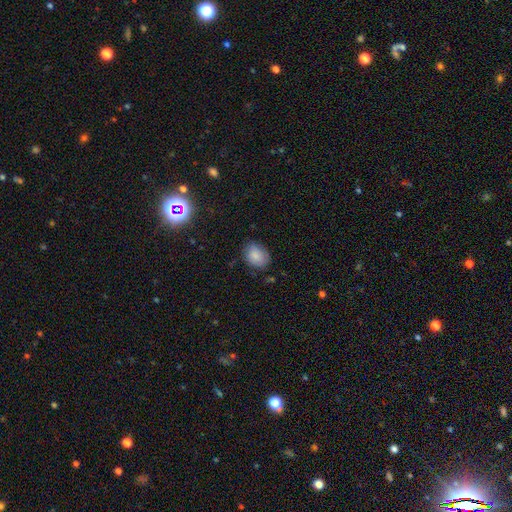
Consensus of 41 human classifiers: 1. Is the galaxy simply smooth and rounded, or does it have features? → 83% smooth, 10% featured or disk, 7% star or artifact.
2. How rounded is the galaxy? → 65% in between, 35% round, 0% cigar-shaped.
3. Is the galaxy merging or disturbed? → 79% none, 18% minor disturbance, 3% major disturbance, 0% merger.